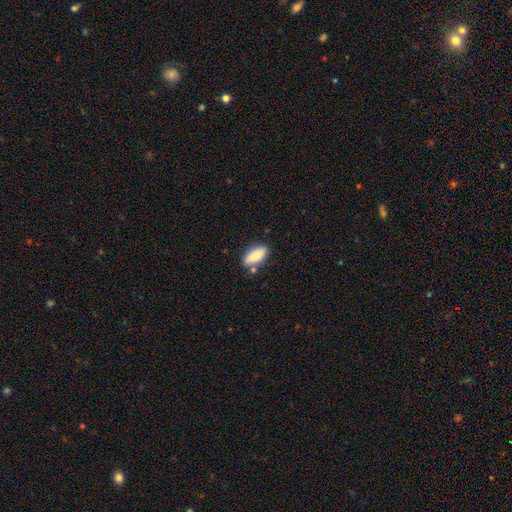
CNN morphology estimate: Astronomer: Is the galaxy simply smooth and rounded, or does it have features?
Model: smooth — 85%.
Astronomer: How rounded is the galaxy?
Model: in between — 77%.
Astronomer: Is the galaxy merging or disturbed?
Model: none — 72%.